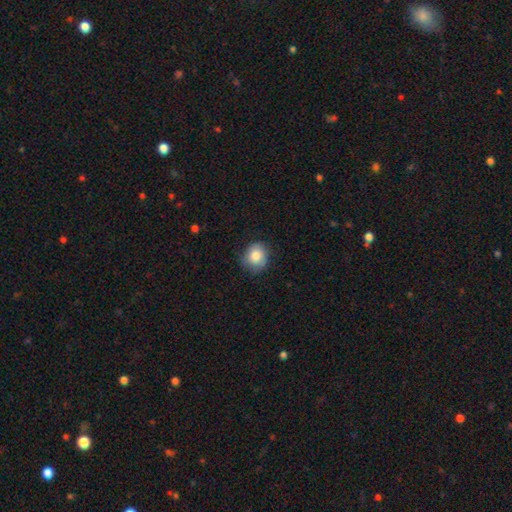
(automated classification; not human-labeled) A smooth galaxy with no disk features (83%) that is round (78%).

Vote fractions:
- Smooth or featured? smooth: 83% / featured or disk: 9% / star or artifact: 8%
- How rounded? round: 78% / in between: 21% / cigar-shaped: 1%
- Merging? none: 75% / minor disturbance: 20% / major disturbance: 4% / merger: 1%